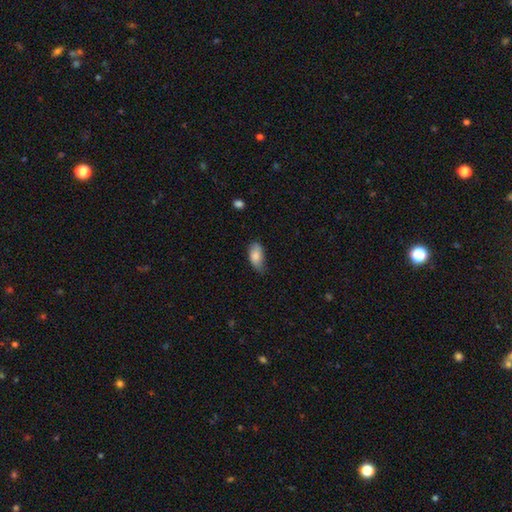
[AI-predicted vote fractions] This appears to be a smooth galaxy with no disk features (84%) that is in between round and cigar-shaped (93%). Merging: none (60%).